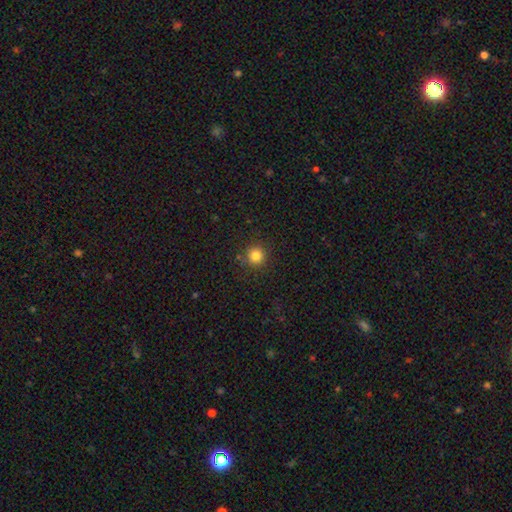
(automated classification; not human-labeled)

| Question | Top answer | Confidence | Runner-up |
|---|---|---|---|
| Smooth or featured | smooth | 83% | star or artifact (13%) |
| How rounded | round | 94% | in between (5%) |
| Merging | none | 88% | minor disturbance (7%) |